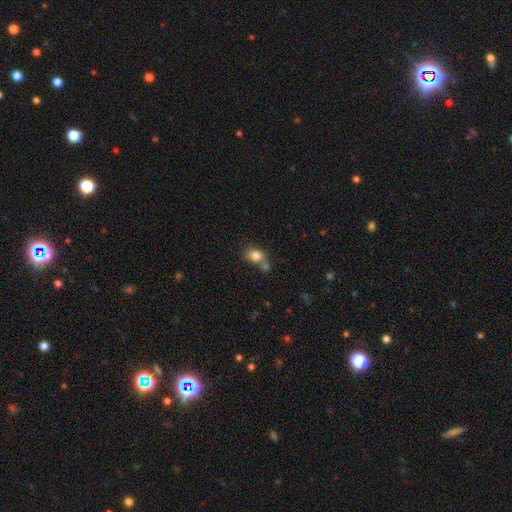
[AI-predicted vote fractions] A smooth galaxy with no disk features (81%) that is in between round and cigar-shaped (60%).

Vote fractions:
- Smooth or featured? smooth: 81% / star or artifact: 10% / featured or disk: 9%
- How rounded? in between: 60% / round: 38% / cigar-shaped: 1%
- Merging? none: 47% / merger: 29% / minor disturbance: 17% / major disturbance: 7%